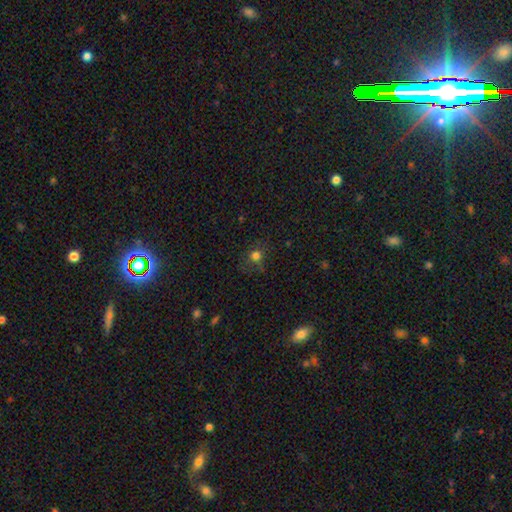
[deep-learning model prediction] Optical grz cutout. It shows a smooth galaxy with no disk features (68%) that is round (84%). Merging: none (72%).